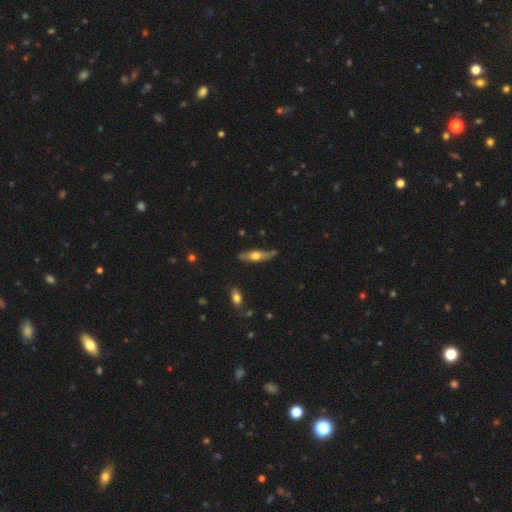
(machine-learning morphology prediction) Overall: featured or disk (54%; smooth 41%). Edge-on disk: yes (80%). Merging: none (67%).